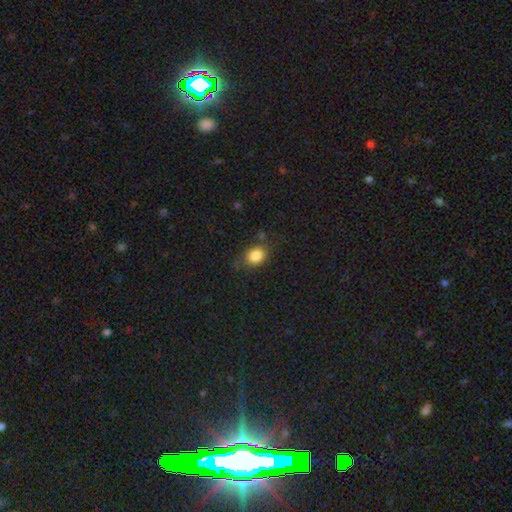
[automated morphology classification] This is clearly a smooth galaxy (83%). How rounded: possibly in between (55%). Merging: likely none (70%).